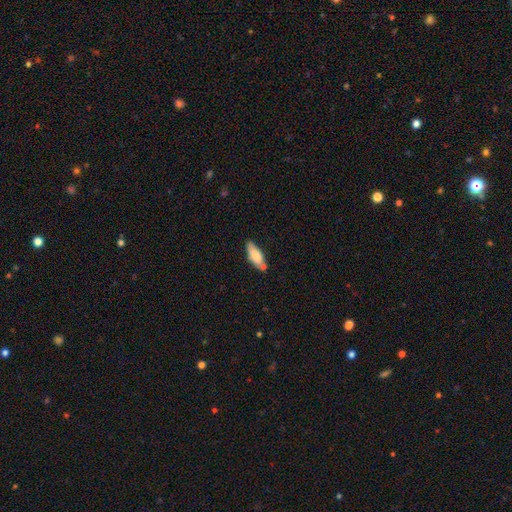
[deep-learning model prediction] Q: Smooth or featured?
A: smooth (76%); runner-up: featured or disk (18%)
Q: How rounded?
A: in between (72%); runner-up: cigar-shaped (26%)
Q: Merging?
A: none (58%); runner-up: minor disturbance (23%)